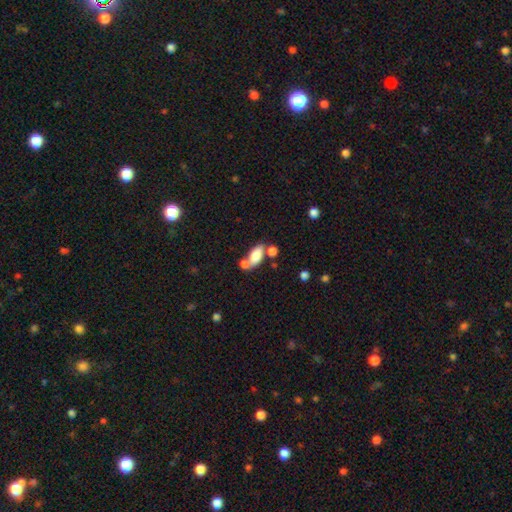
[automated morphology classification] smooth_or_featured: smooth (p=0.78) [alt: featured or disk p=0.14]
how_rounded: in between (p=0.88) [alt: cigar-shaped p=0.08]
merging: none (p=0.45) [alt: merger p=0.36]